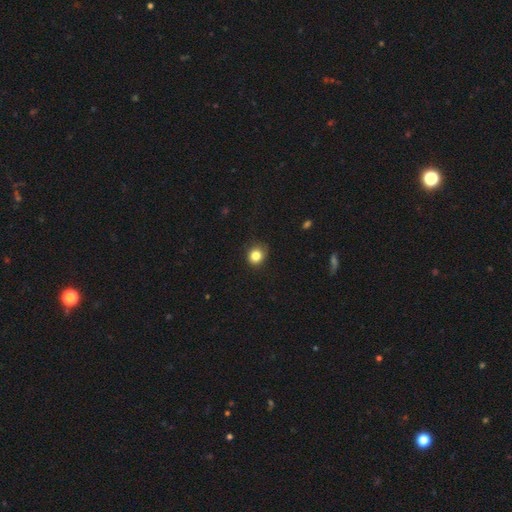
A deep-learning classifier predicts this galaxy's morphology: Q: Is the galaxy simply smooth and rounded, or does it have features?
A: smooth — 83%.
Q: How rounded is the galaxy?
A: round — 81%.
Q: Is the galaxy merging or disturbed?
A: none — 84%.